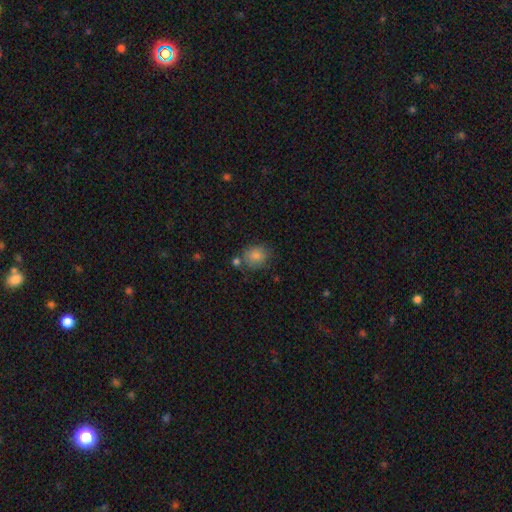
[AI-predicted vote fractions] A smooth galaxy with no disk features (84%) that is round (68%). Merging: none (70%).